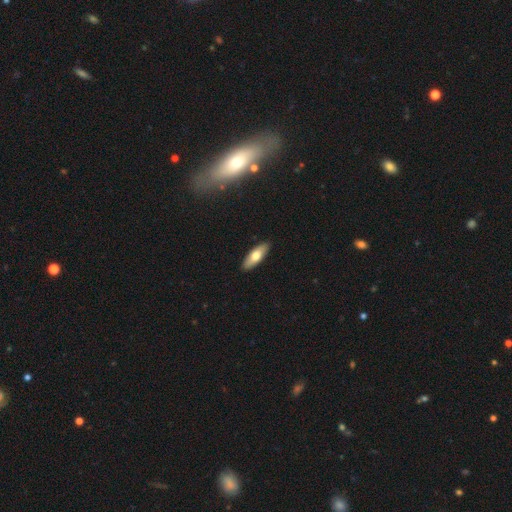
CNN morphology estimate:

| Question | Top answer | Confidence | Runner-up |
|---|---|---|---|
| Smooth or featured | smooth | 69% | featured or disk (26%) |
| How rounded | in between | 62% | cigar-shaped (36%) |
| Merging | none | 90% | minor disturbance (8%) |